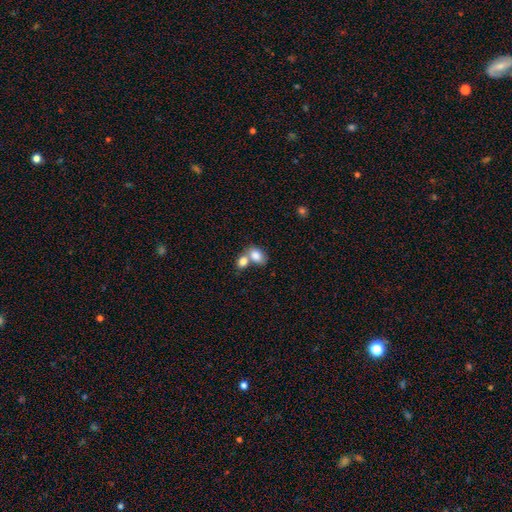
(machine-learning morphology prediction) Smooth or featured?
  - smooth: 82% *
  - featured or disk: 10%
  - star or artifact: 8%
How rounded?
  - in between: 78% *
  - round: 21%
  - cigar-shaped: 1%
Merging?
  - merger: 56% *
  - none: 31%
  - minor disturbance: 9%
  - major disturbance: 4%